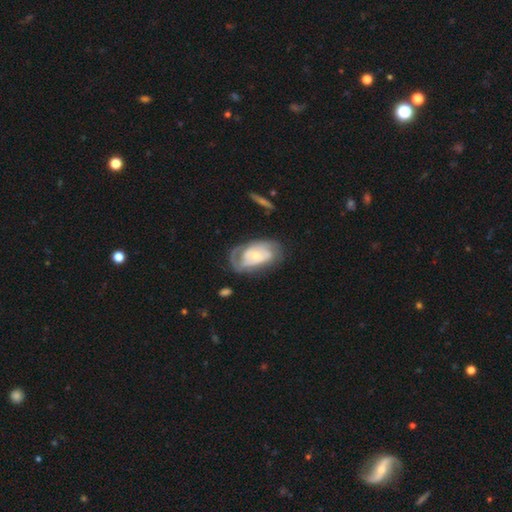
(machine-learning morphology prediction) A featured or disk galaxy (74%) with no bar (70%), 2 (38%) tight (54%) spiral arms (84%) and a small central bulge (53%). Merging: none (54%).